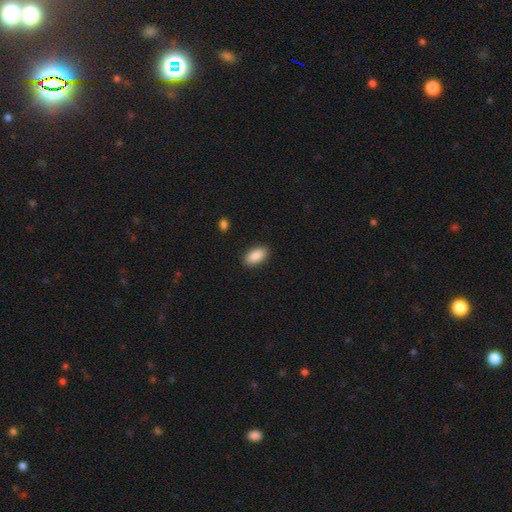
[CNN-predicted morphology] Smooth or featured? smooth (89%)
How rounded? in between (93%)
Merging? none (89%)